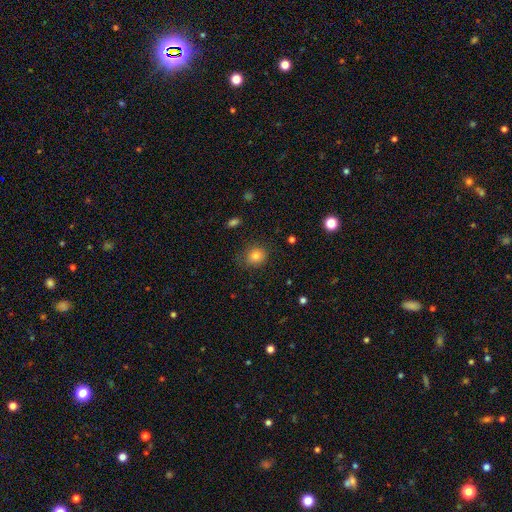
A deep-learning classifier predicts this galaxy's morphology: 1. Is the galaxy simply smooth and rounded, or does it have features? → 81% smooth, 12% star or artifact, 7% featured or disk.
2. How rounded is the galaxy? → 73% round, 26% in between, 1% cigar-shaped.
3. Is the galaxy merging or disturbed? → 79% none, 16% minor disturbance, 4% major disturbance, 1% merger.